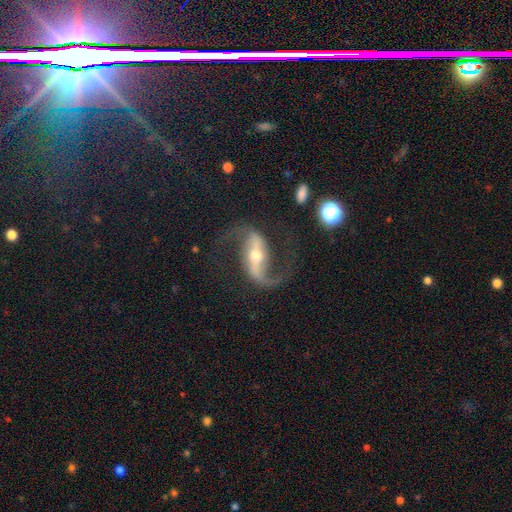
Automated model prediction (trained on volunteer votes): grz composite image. It shows a featured or disk galaxy (92%) with a strong bar (61%), 2 (93%) loose (64%) spiral arms (98%) and a moderate central bulge (54%). Merging: none (78%).